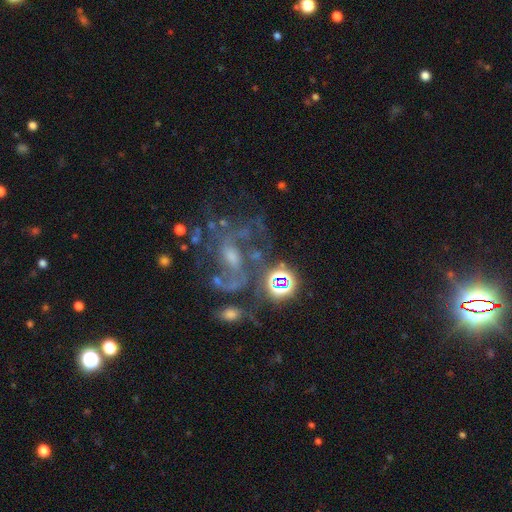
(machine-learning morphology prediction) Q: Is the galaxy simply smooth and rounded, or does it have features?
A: featured or disk — 66%.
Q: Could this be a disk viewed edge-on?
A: no — 97%.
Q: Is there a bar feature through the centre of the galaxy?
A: no — 43%.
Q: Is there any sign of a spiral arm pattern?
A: yes — 80%.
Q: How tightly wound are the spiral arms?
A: medium — 48%.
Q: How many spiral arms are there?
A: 2 — 52%.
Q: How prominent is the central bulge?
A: moderate — 39%.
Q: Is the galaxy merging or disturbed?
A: none — 44%.